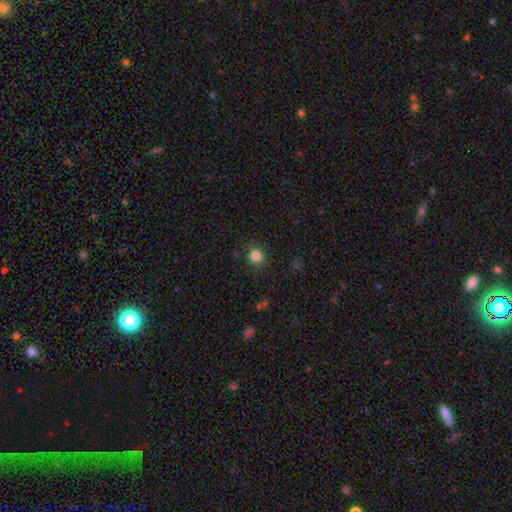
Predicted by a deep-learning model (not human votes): smooth 83%, star or artifact 12%, featured or disk 5%. Down the decision tree: how rounded — round (90%); merging — none (88%).